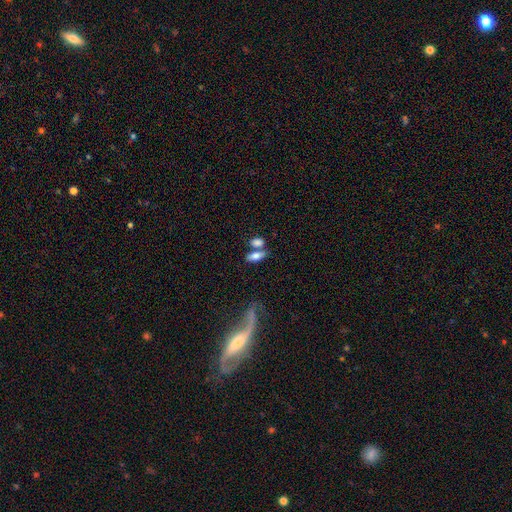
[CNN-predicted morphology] Smooth or featured: smooth — 75% (featured or disk — 17%)
How rounded: in between — 79% (cigar-shaped — 17%)
Merging: none — 49% (merger — 35%)